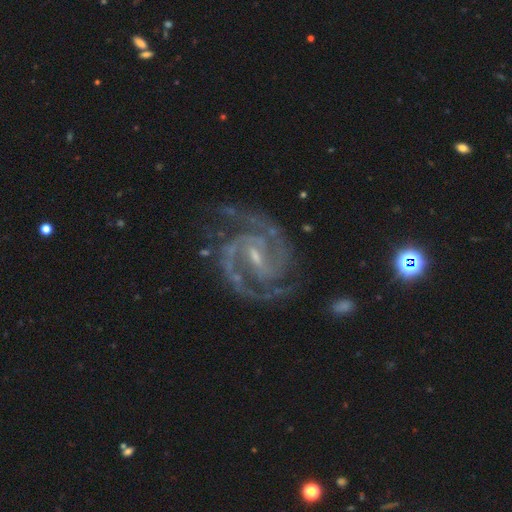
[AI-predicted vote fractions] Overall: featured or disk (94%). Edge-on disk: no (98%). Bar: weak (50%; strong 37%). Spiral arms: yes (99%). Spiral arm count: 2 (88%). Spiral winding: tight (48%; medium 47%). Bulge size: small (68%). Merging: none (77%).